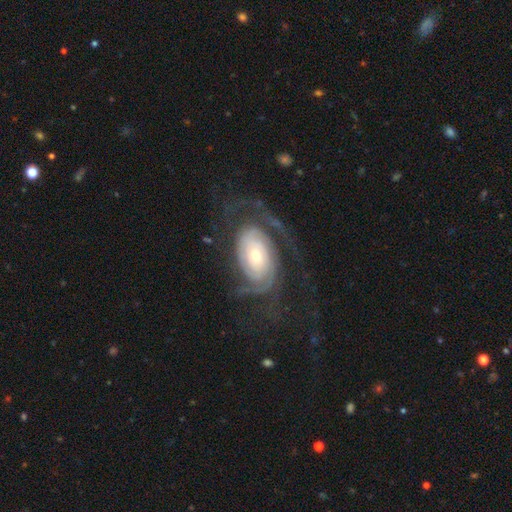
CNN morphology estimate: featured or disk 85%, smooth 10%, star or artifact 5%. Down the decision tree: edge-on disk — no (96%); bar — no (66%); spiral arms — yes (95%); spiral arm count — 2 (55%); spiral winding — tight (47%); bulge size — small (48%); merging — none (59%).